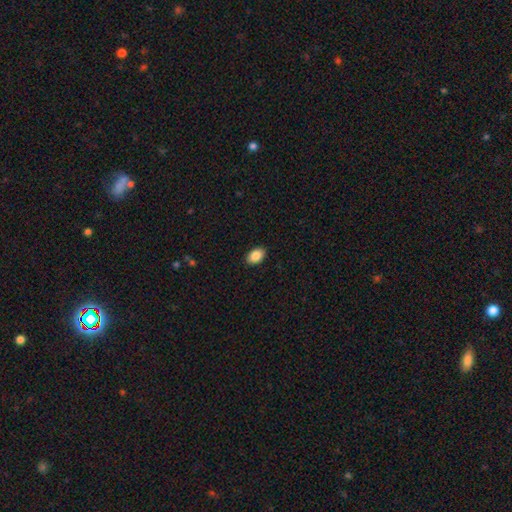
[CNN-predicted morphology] Smooth or featured? Predicted: smooth (p=0.88). How rounded? Predicted: in between (p=0.88). Merging? Predicted: none (p=0.90).